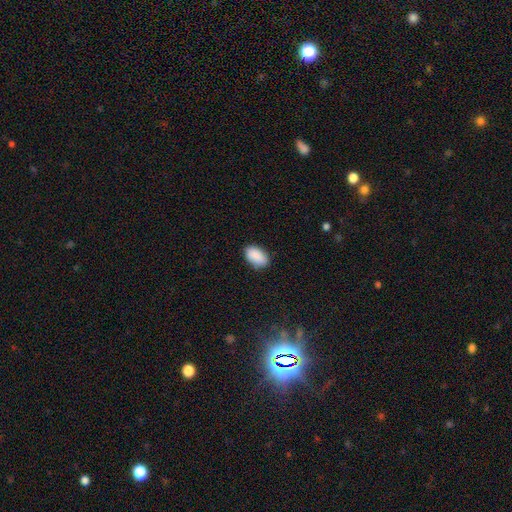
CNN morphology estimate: A smooth galaxy with no disk features (90%) that is in between round and cigar-shaped (92%).

Vote fractions:
- Smooth or featured? smooth: 90% / star or artifact: 7% / featured or disk: 4%
- How rounded? in between: 92% / round: 6% / cigar-shaped: 2%
- Merging? none: 82% / minor disturbance: 14% / major disturbance: 3% / merger: 1%